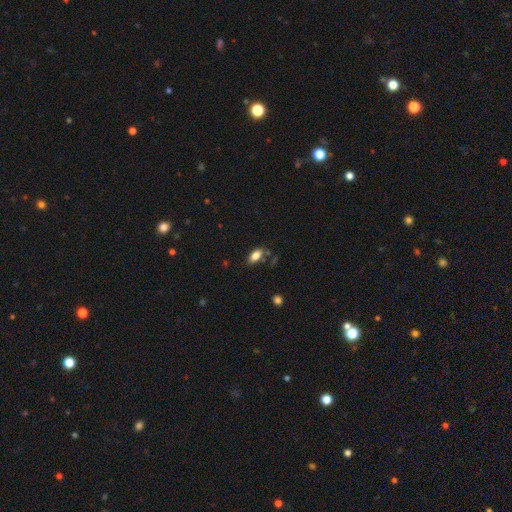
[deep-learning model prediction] Smooth or featured?
  - smooth: 83% *
  - star or artifact: 9%
  - featured or disk: 8%
How rounded?
  - in between: 91% *
  - round: 5%
  - cigar-shaped: 4%
Merging?
  - none: 77% *
  - minor disturbance: 14%
  - merger: 6%
  - major disturbance: 3%